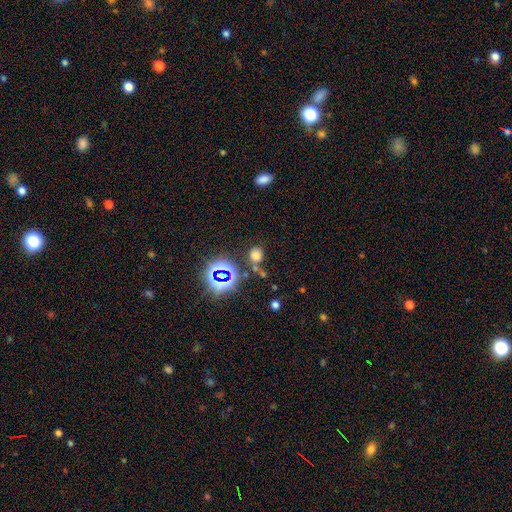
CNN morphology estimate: This appears to be a smooth galaxy with no disk features (63%) that is round (73%). Merging: none (71%).